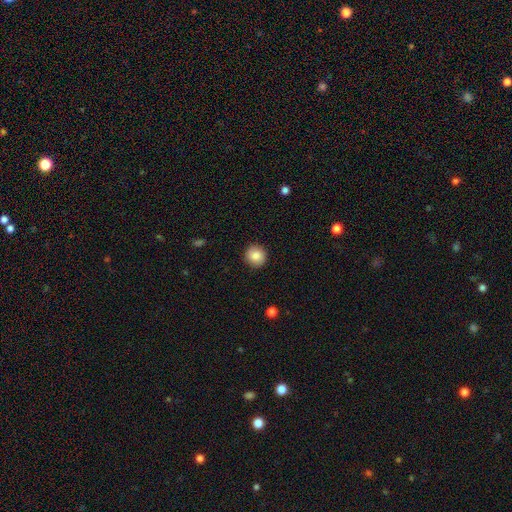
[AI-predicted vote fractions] The model was most divided on "smooth or featured": smooth: 83%, featured or disk: 8%, star or artifact: 8%. More confident: how rounded — round (89%); merging — none (88%).